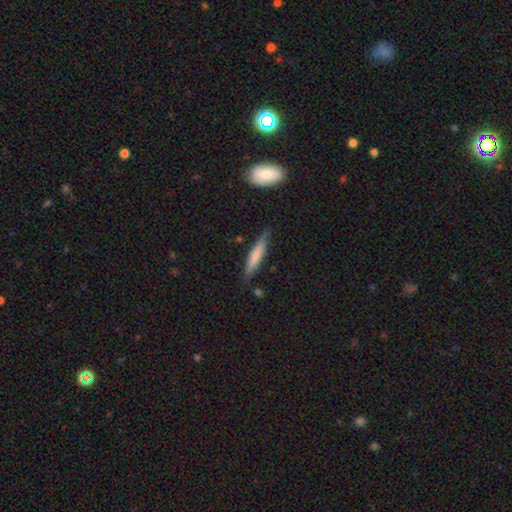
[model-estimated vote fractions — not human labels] Smooth or featured? Predicted: smooth (p=0.66). How rounded? Predicted: cigar-shaped (p=0.90). Merging? Predicted: none (p=0.82).